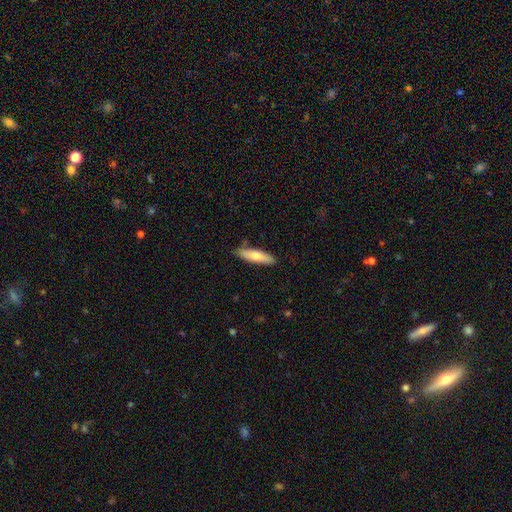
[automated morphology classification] Smooth or featured: smooth — 72% (featured or disk — 22%)
How rounded: cigar-shaped — 72% (in between — 26%)
Merging: none — 85% (minor disturbance — 11%)